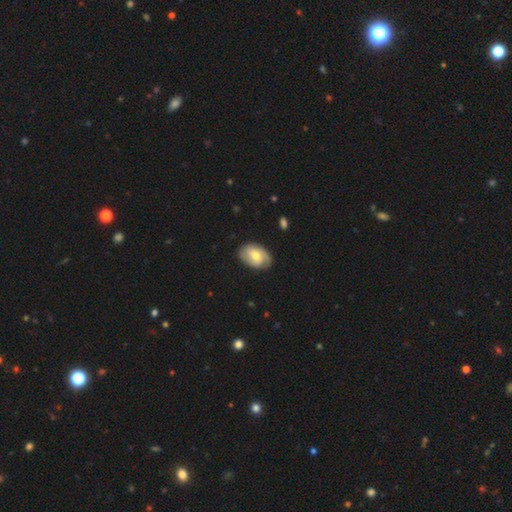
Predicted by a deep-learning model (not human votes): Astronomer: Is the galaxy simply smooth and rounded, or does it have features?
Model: smooth — 50% (runner-up: featured or disk, 43%).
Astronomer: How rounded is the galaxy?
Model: in between — 84%.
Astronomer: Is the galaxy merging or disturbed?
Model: none — 76%.